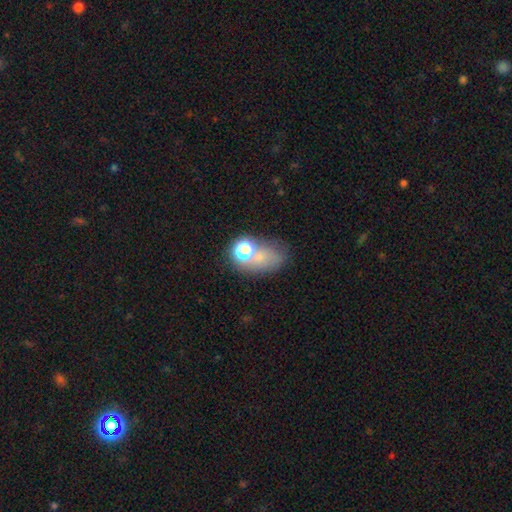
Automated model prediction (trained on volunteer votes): smooth_or_featured: smooth (p=0.57) [alt: star or artifact p=0.26]
how_rounded: in between (p=0.65) [alt: round p=0.33]
merging: none (p=0.46) [alt: merger p=0.23]